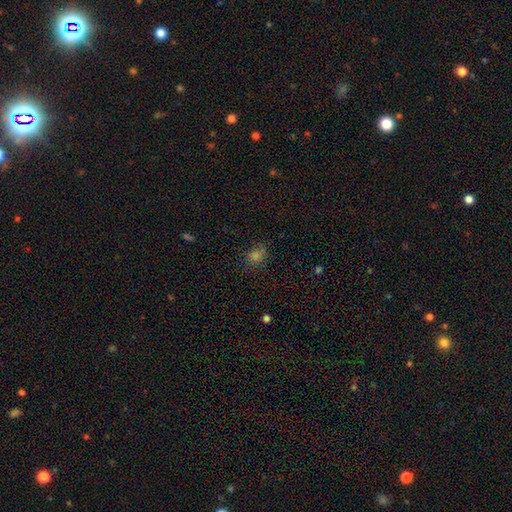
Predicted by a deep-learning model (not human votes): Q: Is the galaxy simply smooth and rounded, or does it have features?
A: smooth — 67%.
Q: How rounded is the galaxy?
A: round — 61%.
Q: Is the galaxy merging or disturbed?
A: none — 74%.